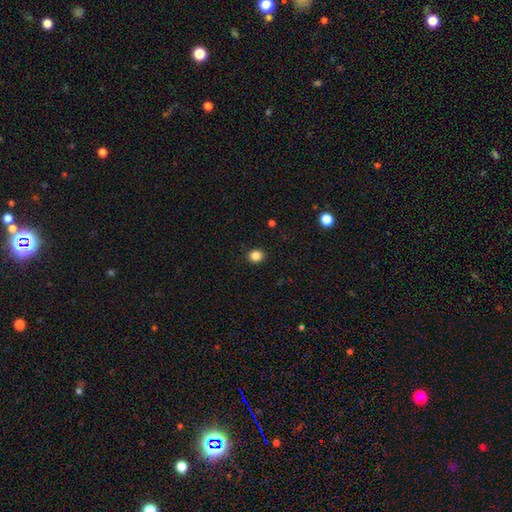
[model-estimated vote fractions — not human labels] Smooth or featured: smooth — 85% (star or artifact — 11%)
How rounded: round — 79% (in between — 20%)
Merging: none — 91% (minor disturbance — 6%)